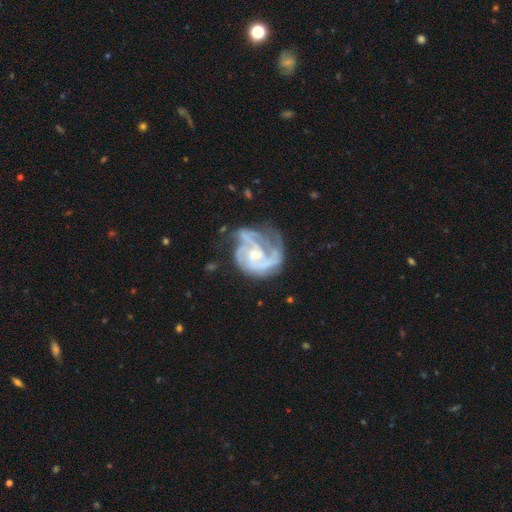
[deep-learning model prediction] Q: Smooth or featured?
A: featured or disk (88%); runner-up: smooth (7%)
Q: Edge-on disk?
A: no (98%); runner-up: yes (2%)
Q: Bar?
A: no (64%); runner-up: weak (29%)
Q: Spiral arms?
A: yes (96%); runner-up: no (4%)
Q: Spiral winding?
A: tight (51%); runner-up: medium (40%)
Q: Spiral arm count?
A: 3 (41%); runner-up: 2 (26%)
Q: Bulge size?
A: small (52%); runner-up: moderate (43%)
Q: Merging?
A: none (50%); runner-up: minor disturbance (26%)